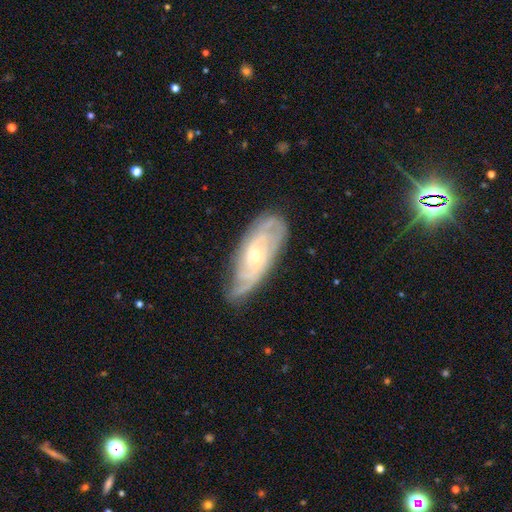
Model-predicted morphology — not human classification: A featured or disk galaxy (85%) with no bar (67%), 2 (32%) tight (59%) spiral arms (96%) and a small central bulge (70%).

Vote fractions:
- Smooth or featured? featured or disk: 85% / smooth: 9% / star or artifact: 6%
- Edge-on disk? no: 91% / yes: 9%
- Bar? no: 67% / weak: 27% / strong: 6%
- Spiral arms? yes: 96% / no: 4%
- Spiral winding? tight: 59% / medium: 33% / loose: 9%
- Spiral arm count? 2: 32% / can't tell: 30% / 3: 19% / 4: 9% / 1: 5% / more than 4: 5%
- Bulge size? small: 70% / moderate: 27% / large: 1% / none: 1% / dominant: 1%
- Merging? none: 75% / minor disturbance: 19% / major disturbance: 5% / merger: 1%